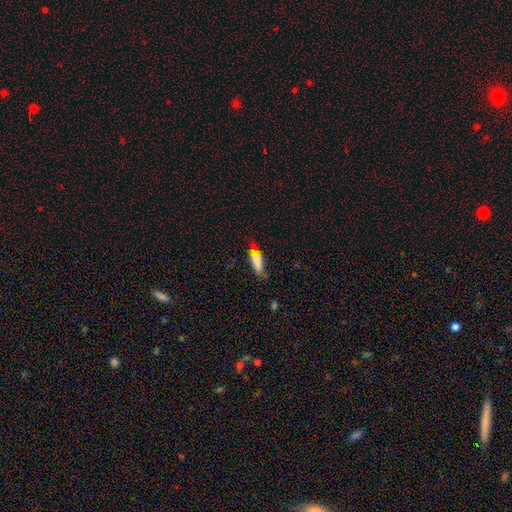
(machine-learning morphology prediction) smooth 68%, featured or disk 19%, star or artifact 14%. Down the decision tree: how rounded — cigar-shaped (54%); merging — none (69%).